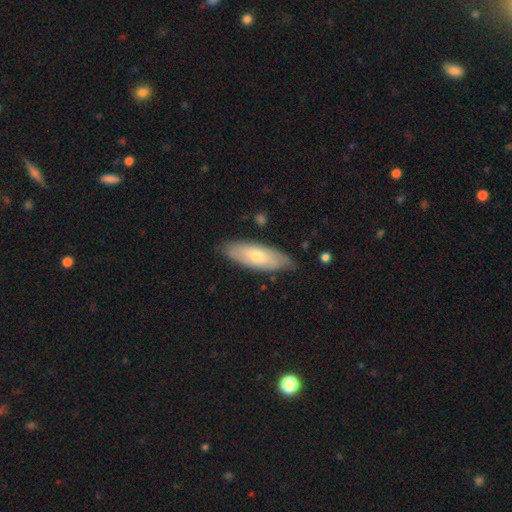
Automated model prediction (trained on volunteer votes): Smooth or featured? Predicted: smooth (p=0.48). Merging? Predicted: none (p=0.84).